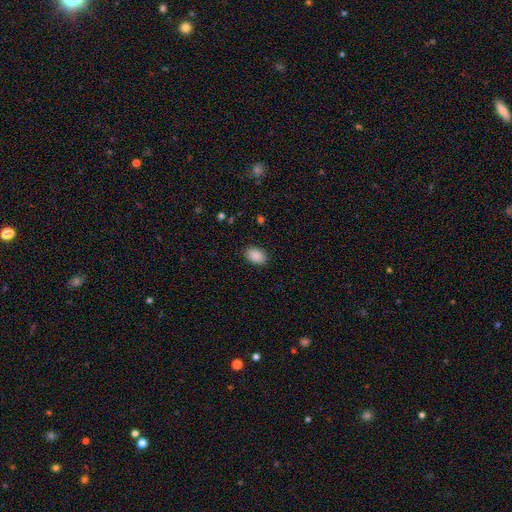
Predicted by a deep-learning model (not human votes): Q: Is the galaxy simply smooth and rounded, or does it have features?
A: smooth — 89%.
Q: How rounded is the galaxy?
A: in between — 88%.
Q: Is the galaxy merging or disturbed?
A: none — 88%.